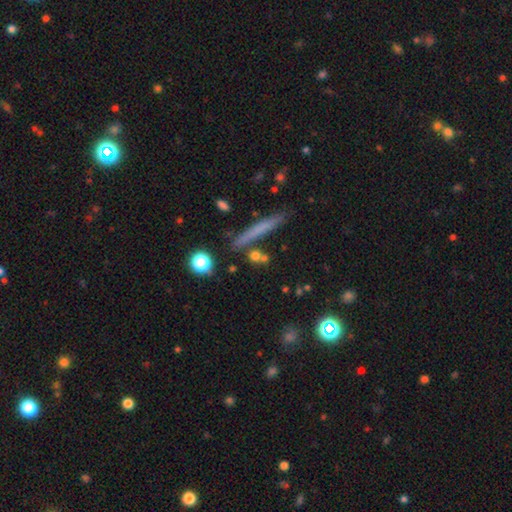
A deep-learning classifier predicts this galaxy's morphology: type=smooth (67%); roundness=round (48%); merging=none (70%).